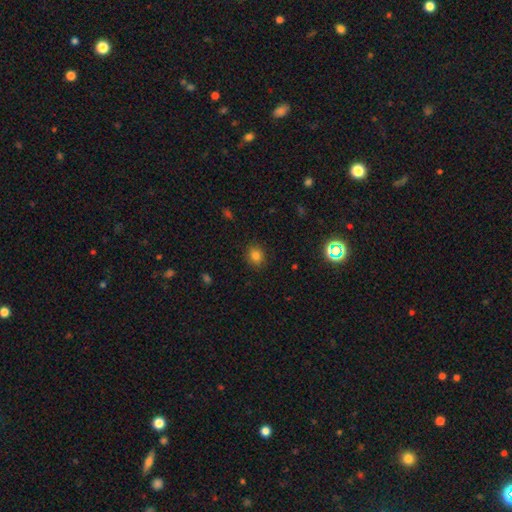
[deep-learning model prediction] smooth_or_featured: smooth (p=0.79) [alt: star or artifact p=0.15]
how_rounded: round (p=0.77) [alt: in between p=0.22]
merging: none (p=0.88) [alt: minor disturbance p=0.08]